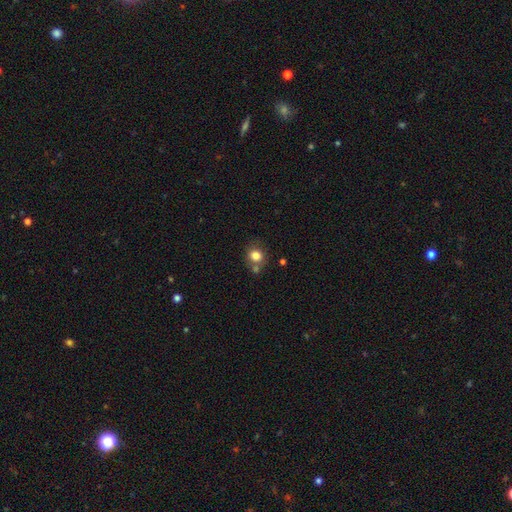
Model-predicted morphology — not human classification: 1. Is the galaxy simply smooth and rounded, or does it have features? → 81% smooth, 11% star or artifact, 9% featured or disk.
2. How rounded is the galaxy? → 76% round, 23% in between, 1% cigar-shaped.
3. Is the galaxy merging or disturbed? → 61% none, 19% merger, 15% minor disturbance, 5% major disturbance.